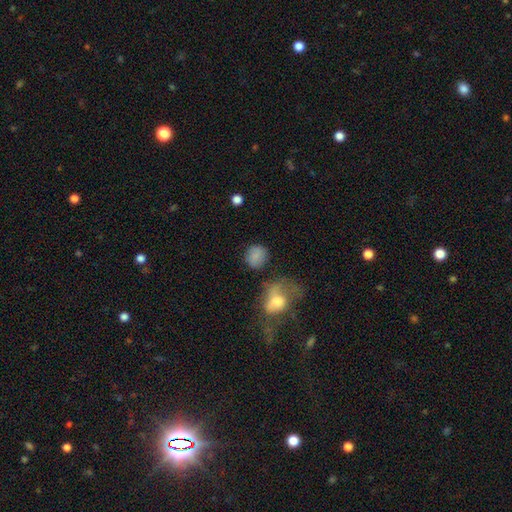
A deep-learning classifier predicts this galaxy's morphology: The model was most divided on "how rounded": round: 77%, in between: 21%, cigar-shaped: 1%. More confident: smooth or featured — smooth (81%); merging — none (73%).